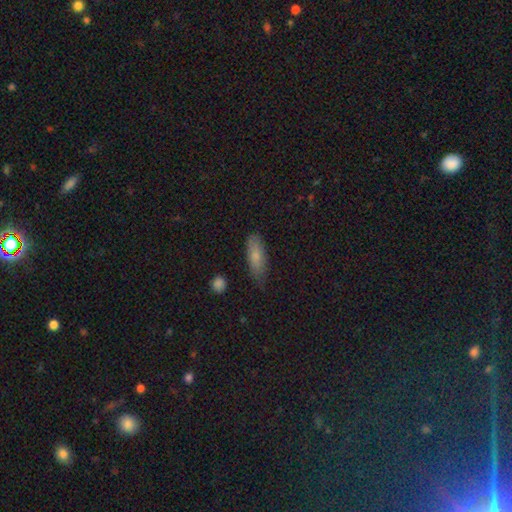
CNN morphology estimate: smooth 77%, featured or disk 16%, star or artifact 7%. Down the decision tree: how rounded — in between (63%); merging — none (74%).